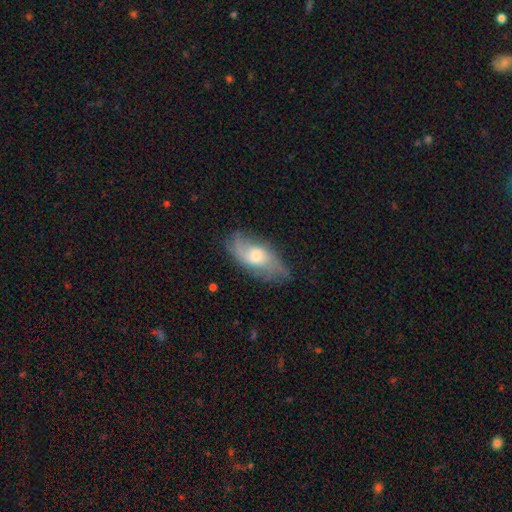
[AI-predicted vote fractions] A featured or disk galaxy (60%) with no bar (61%), spiral arms (84%) and a moderate central bulge (57%). Merging: none (64%).